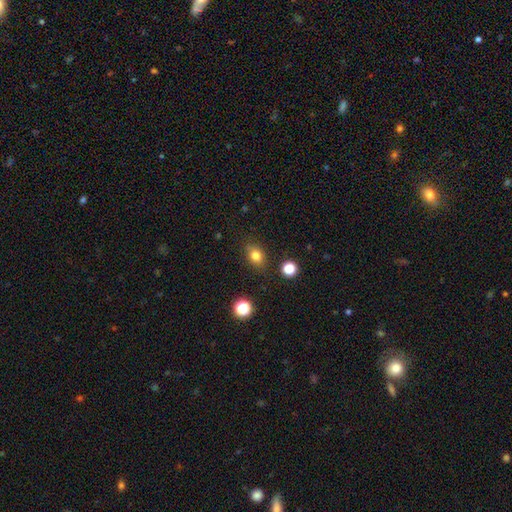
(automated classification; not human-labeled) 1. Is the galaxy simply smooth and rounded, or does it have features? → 80% smooth, 13% star or artifact, 8% featured or disk.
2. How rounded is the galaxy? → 60% in between, 38% round, 2% cigar-shaped.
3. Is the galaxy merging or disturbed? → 81% none, 13% minor disturbance, 3% major disturbance, 3% merger.